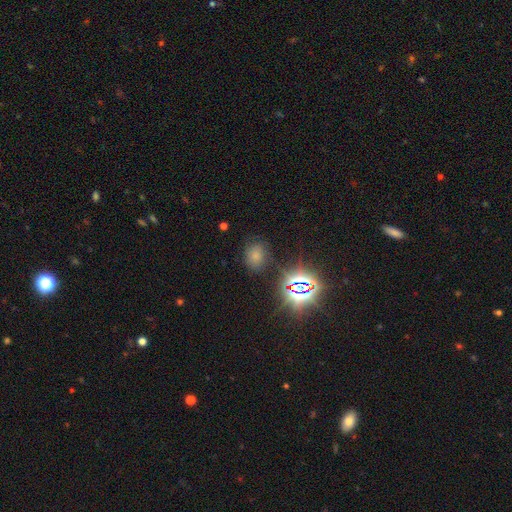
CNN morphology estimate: This is possibly a smooth galaxy (60%). How rounded: possibly in between (53%). Merging: likely none (76%).